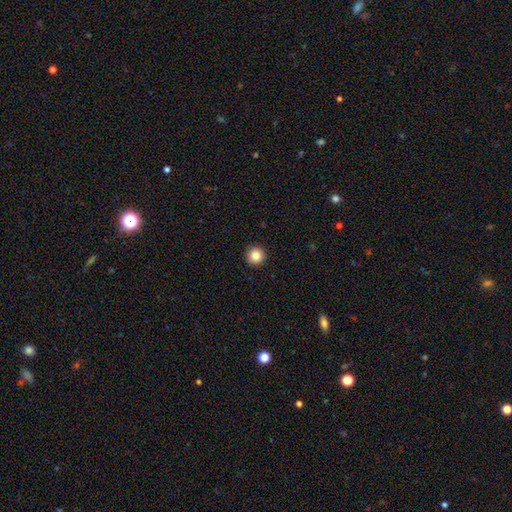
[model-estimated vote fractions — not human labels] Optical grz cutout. It shows a smooth galaxy with no disk features (85%) that is round (96%). Merging: none (93%).